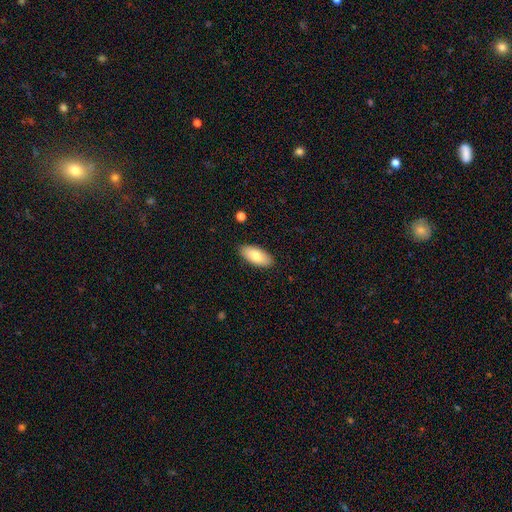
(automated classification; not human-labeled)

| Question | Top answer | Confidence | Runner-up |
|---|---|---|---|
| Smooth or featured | smooth | 78% | featured or disk (16%) |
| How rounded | in between | 90% | cigar-shaped (8%) |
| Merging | none | 88% | minor disturbance (9%) |